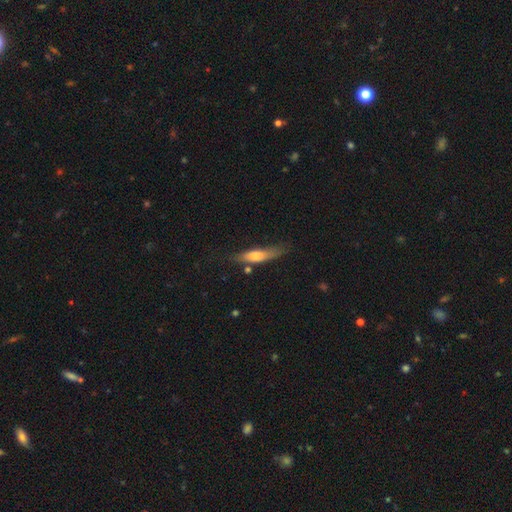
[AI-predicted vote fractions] Morphology: type=smooth (61%); roundness=cigar-shaped (69%); merging=none (59%).